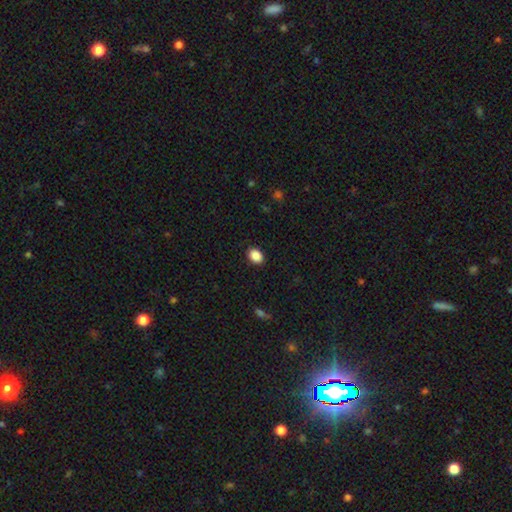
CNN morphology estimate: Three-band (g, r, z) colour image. It shows a smooth galaxy with no disk features (88%) that is in between round and cigar-shaped (65%). Merging: none (89%).